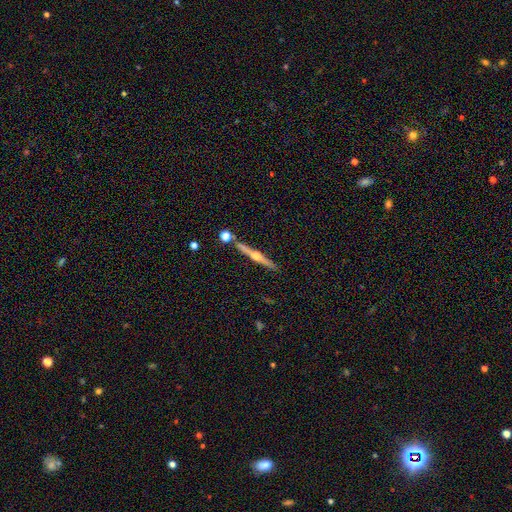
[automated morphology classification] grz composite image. It shows a featured or disk galaxy (79%) viewed edge-on (98%) with a rounded central bulge (93%). Merging: none (86%).